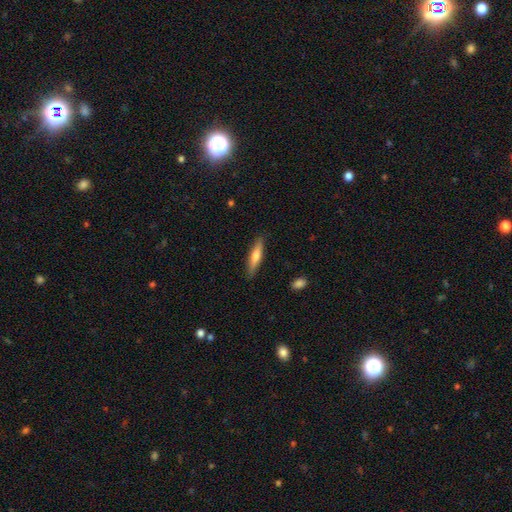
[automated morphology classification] Smooth or featured?
  - smooth: 62% *
  - featured or disk: 32%
  - star or artifact: 6%
How rounded?
  - cigar-shaped: 83% *
  - in between: 15%
  - round: 1%
Merging?
  - none: 87% *
  - minor disturbance: 9%
  - major disturbance: 2%
  - merger: 1%